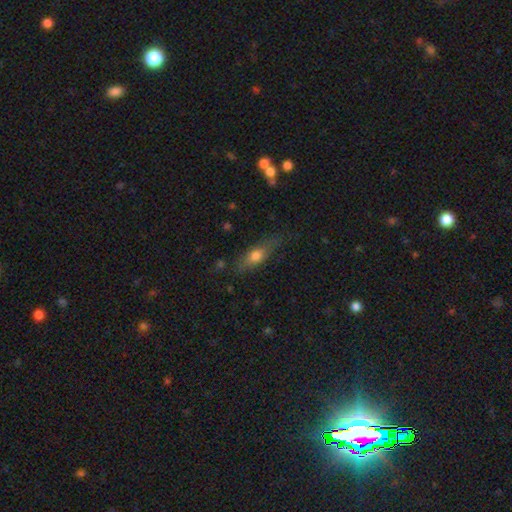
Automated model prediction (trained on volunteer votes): The model was most divided on "how rounded": in between: 58%, cigar-shaped: 37%, round: 5%. More confident: merging — none (69%); smooth or featured — smooth (66%).